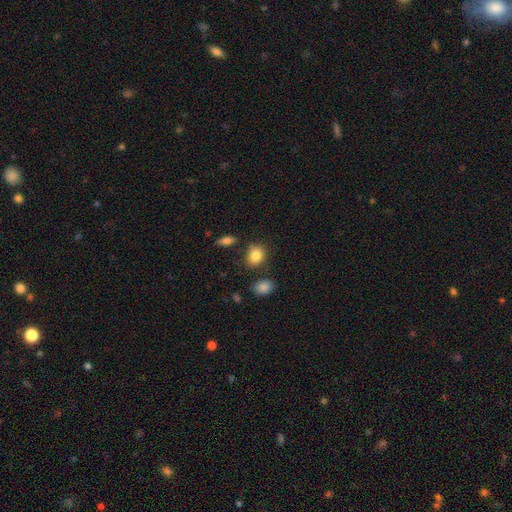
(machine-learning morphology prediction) Q: Smooth or featured?
A: smooth (84%); runner-up: star or artifact (9%)
Q: How rounded?
A: round (55%); runner-up: in between (44%)
Q: Merging?
A: none (76%); runner-up: minor disturbance (14%)